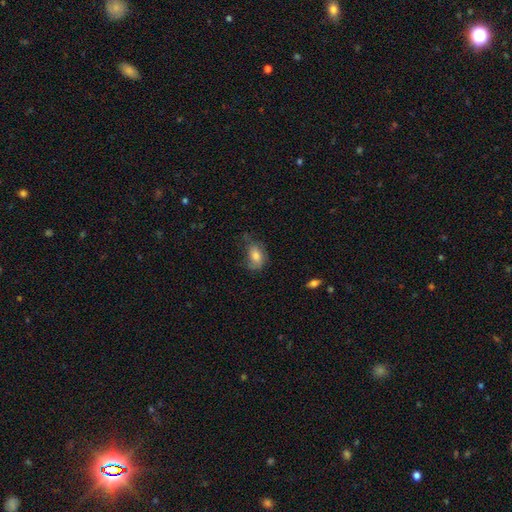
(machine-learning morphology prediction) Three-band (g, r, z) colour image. It shows a smooth galaxy with no disk features (72%) that is in between round and cigar-shaped (83%). Merging: none (46%).